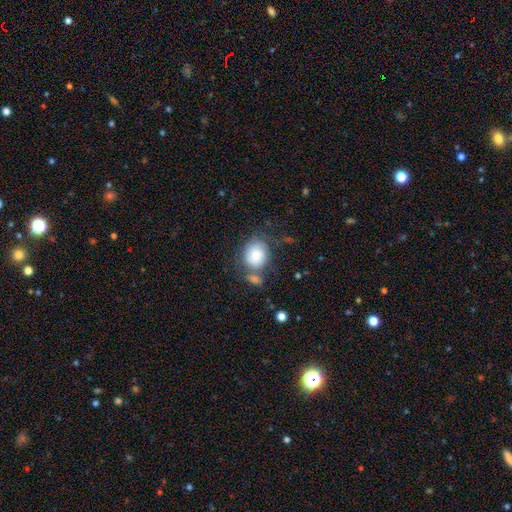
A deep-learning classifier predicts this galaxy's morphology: This is likely a smooth galaxy (74%). How rounded: likely round (68%). Merging: possibly none (45%).